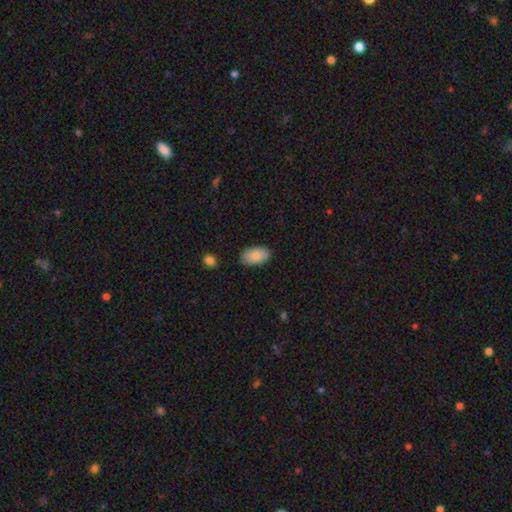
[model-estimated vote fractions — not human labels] This is clearly a smooth galaxy (85%). How rounded: clearly in between (94%). Merging: clearly none (85%).